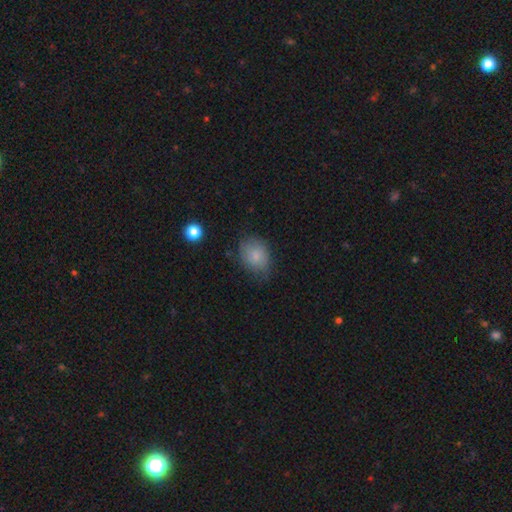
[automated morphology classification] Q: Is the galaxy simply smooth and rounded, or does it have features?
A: smooth — 79%.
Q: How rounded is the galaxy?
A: in between — 57%.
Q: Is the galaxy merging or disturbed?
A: none — 62%.